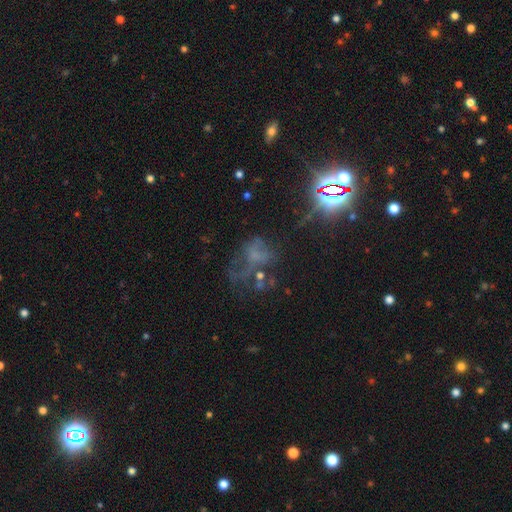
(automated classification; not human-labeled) Smooth or featured: star or artifact — 42% (featured or disk — 35%)